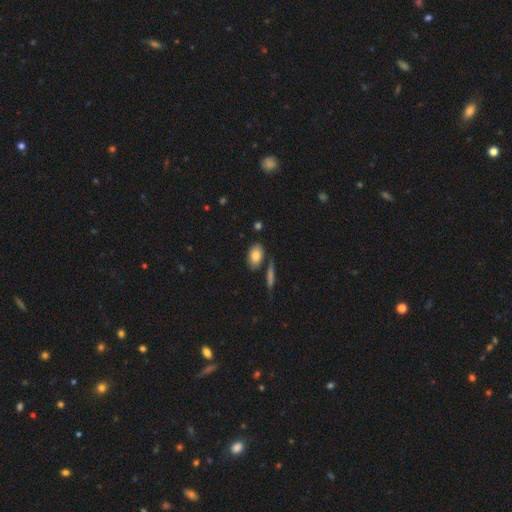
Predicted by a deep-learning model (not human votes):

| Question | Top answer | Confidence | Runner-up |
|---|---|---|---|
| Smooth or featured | smooth | 82% | featured or disk (11%) |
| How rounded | in between | 88% | round (8%) |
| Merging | none | 73% | minor disturbance (14%) |